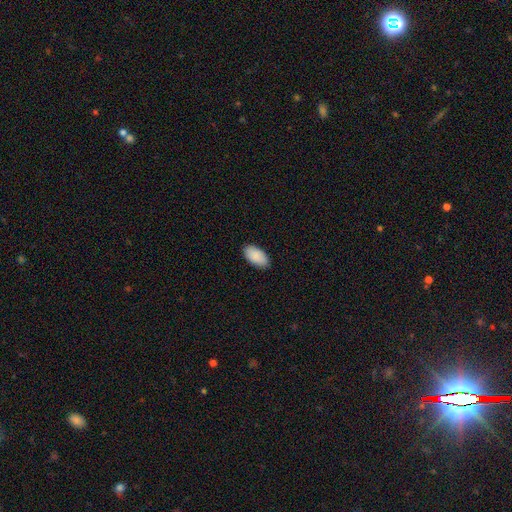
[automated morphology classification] smooth_or_featured: smooth (p=0.91) [alt: star or artifact p=0.06]
how_rounded: in between (p=0.96) [alt: round p=0.02]
merging: none (p=0.88) [alt: minor disturbance p=0.10]